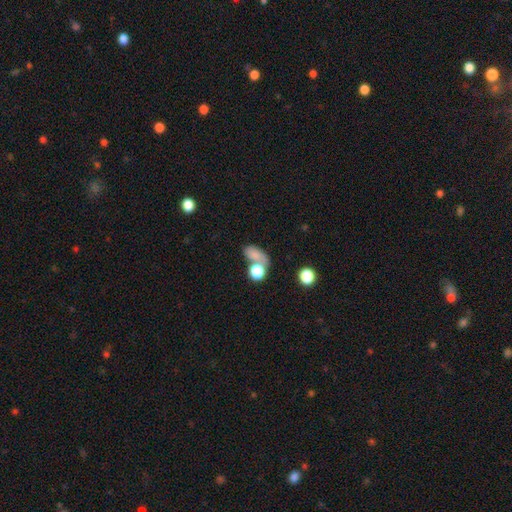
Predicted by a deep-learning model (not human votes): A smooth galaxy with no disk features (76%) that is in between round and cigar-shaped (71%). Merging: merger (39%).